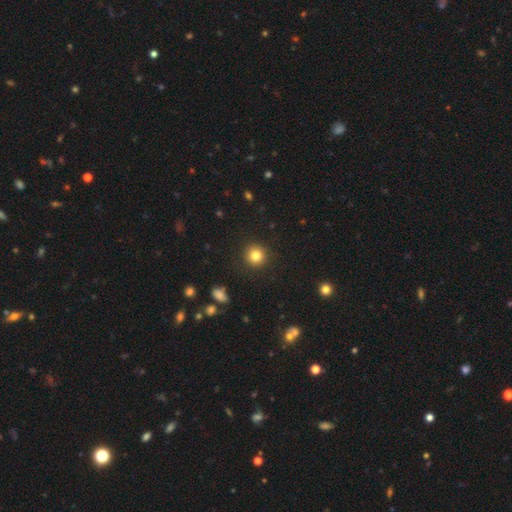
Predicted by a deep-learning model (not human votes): smooth_or_featured: smooth (p=0.83) [alt: star or artifact p=0.11]
how_rounded: round (p=0.94) [alt: in between p=0.05]
merging: none (p=0.92) [alt: minor disturbance p=0.05]